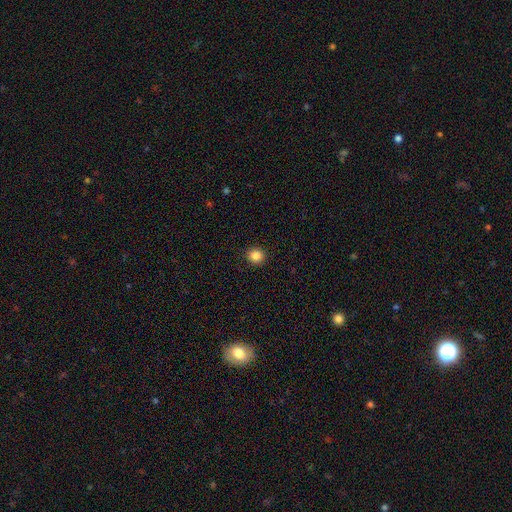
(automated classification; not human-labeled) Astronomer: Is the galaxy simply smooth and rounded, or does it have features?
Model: smooth — 85%.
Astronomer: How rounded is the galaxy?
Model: round — 90%.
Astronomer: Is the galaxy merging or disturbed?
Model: none — 92%.